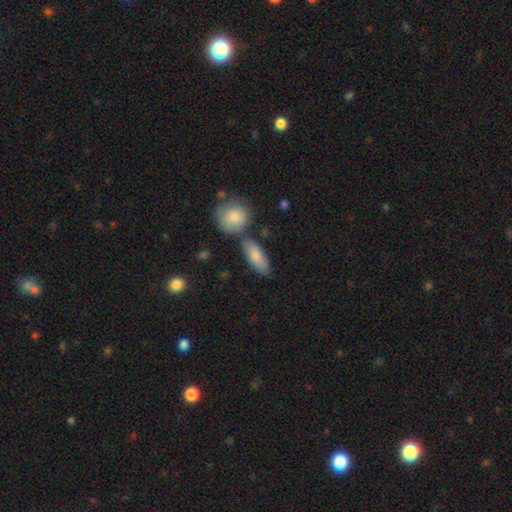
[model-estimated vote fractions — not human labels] A smooth galaxy with no disk features (81%) that is in between round and cigar-shaped (81%). Merging: none (68%).